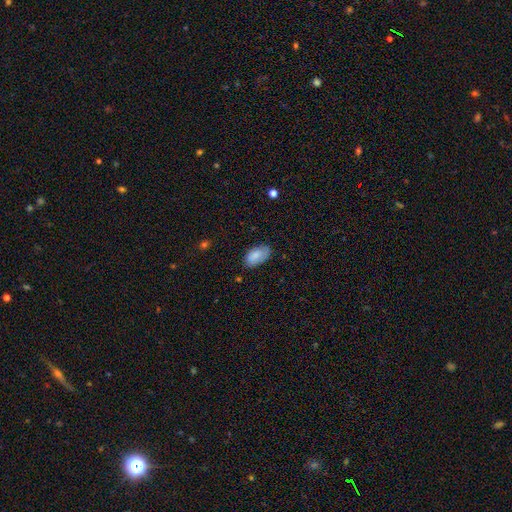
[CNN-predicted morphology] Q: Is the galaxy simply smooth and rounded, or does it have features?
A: smooth — 84%.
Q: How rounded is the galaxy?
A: in between — 95%.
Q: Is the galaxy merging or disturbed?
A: none — 76%.